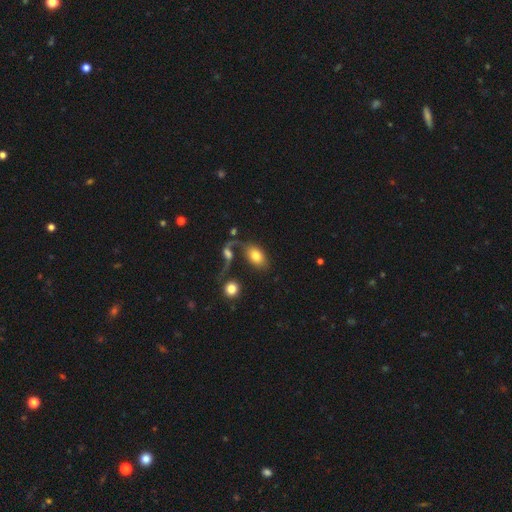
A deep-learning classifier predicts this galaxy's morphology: A smooth galaxy with no disk features (74%) that is in between round and cigar-shaped (87%). Merging: none (48%).